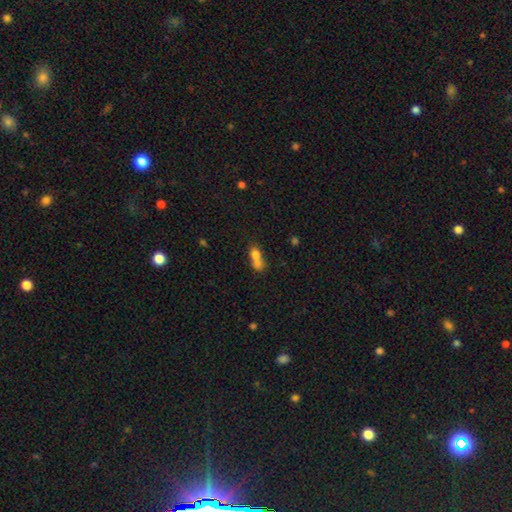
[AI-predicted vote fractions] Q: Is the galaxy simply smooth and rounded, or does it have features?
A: smooth — 71%.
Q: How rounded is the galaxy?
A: in between — 53%.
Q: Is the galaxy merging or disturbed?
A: merger — 67%.